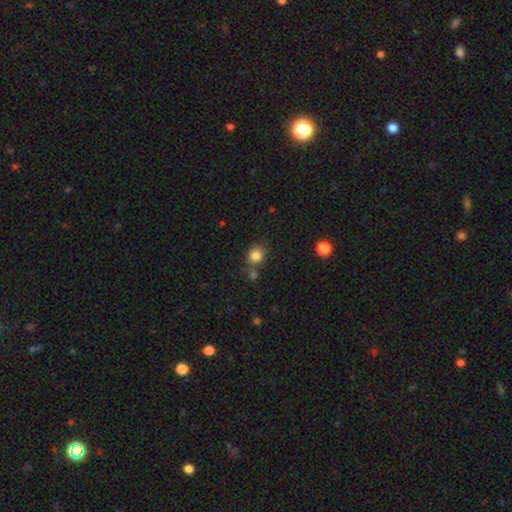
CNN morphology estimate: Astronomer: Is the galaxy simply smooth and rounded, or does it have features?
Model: smooth — 83%.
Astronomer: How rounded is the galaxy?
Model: round — 78%.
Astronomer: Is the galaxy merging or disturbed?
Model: none — 67%.